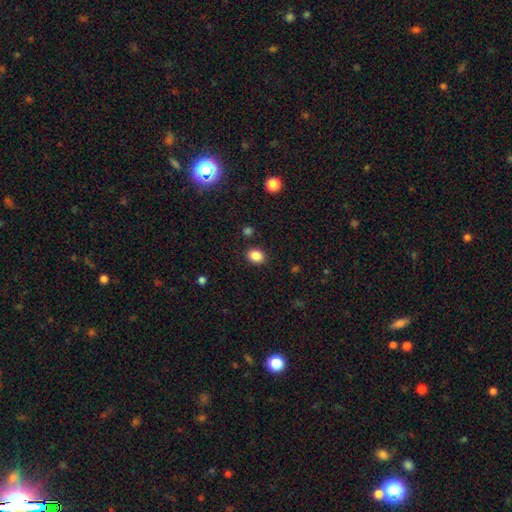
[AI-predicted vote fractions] Smooth or featured?
  - smooth: 86% *
  - star or artifact: 10%
  - featured or disk: 4%
How rounded?
  - in between: 51% *
  - round: 48%
  - cigar-shaped: 1%
Merging?
  - none: 88% *
  - minor disturbance: 8%
  - major disturbance: 2%
  - merger: 2%